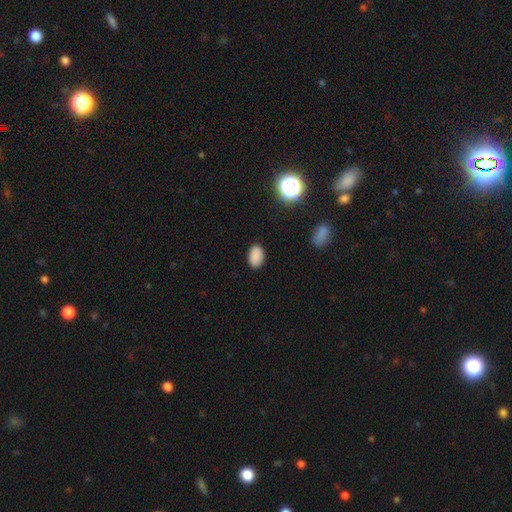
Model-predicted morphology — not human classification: Smooth or featured? Predicted: smooth (p=0.87). How rounded? Predicted: in between (p=0.89). Merging? Predicted: none (p=0.87).